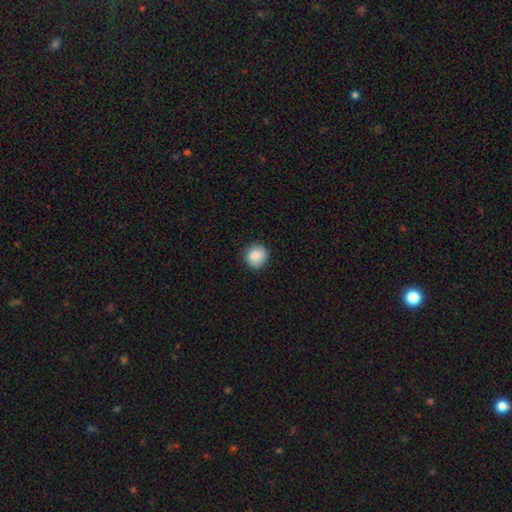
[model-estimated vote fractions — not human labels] smooth 86%, star or artifact 8%, featured or disk 6%. Down the decision tree: how rounded — round (91%); merging — none (88%).